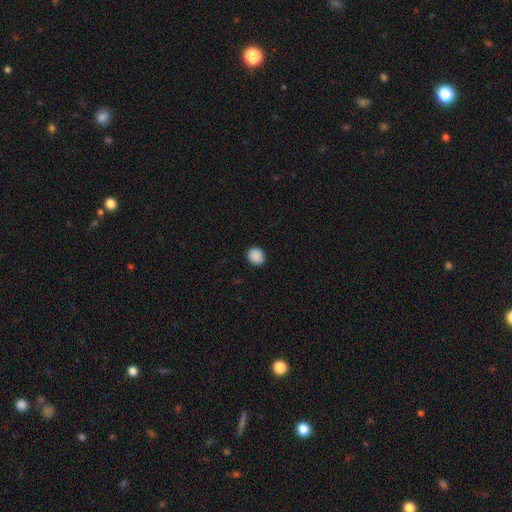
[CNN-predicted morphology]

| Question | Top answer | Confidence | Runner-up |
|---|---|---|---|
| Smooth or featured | smooth | 90% | star or artifact (8%) |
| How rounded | round | 74% | in between (25%) |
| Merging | none | 91% | minor disturbance (7%) |